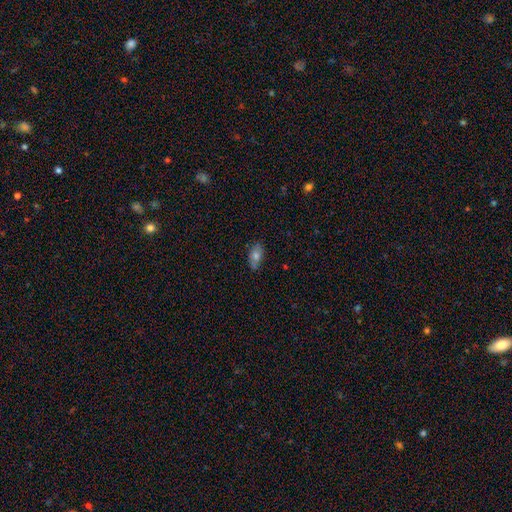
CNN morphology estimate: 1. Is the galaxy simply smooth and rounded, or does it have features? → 69% smooth, 21% featured or disk, 10% star or artifact.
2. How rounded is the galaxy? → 87% in between, 8% cigar-shaped, 5% round.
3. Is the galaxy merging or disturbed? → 78% none, 17% minor disturbance, 3% major disturbance, 2% merger.